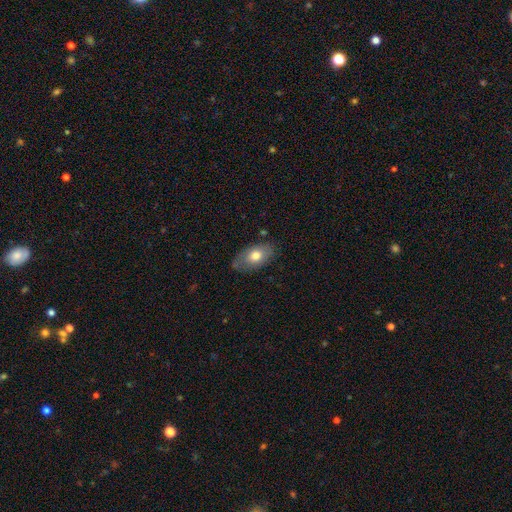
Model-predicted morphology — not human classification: A smooth galaxy with no disk features (72%) that is in between round and cigar-shaped (90%). Merging: none (73%).